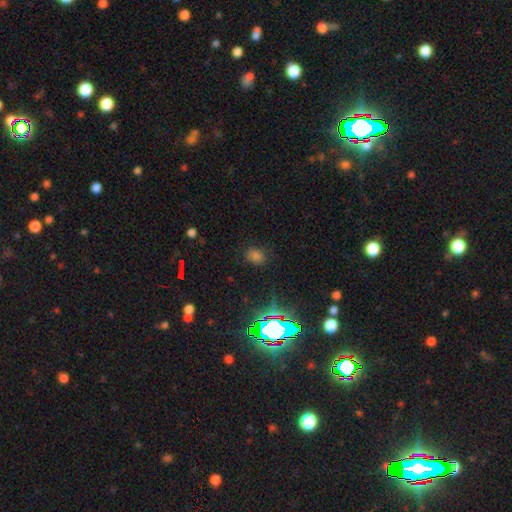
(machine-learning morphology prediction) smooth_or_featured: smooth (p=0.60) [alt: star or artifact p=0.33]
how_rounded: round (p=0.58) [alt: in between p=0.41]
merging: none (p=0.81) [alt: minor disturbance p=0.13]